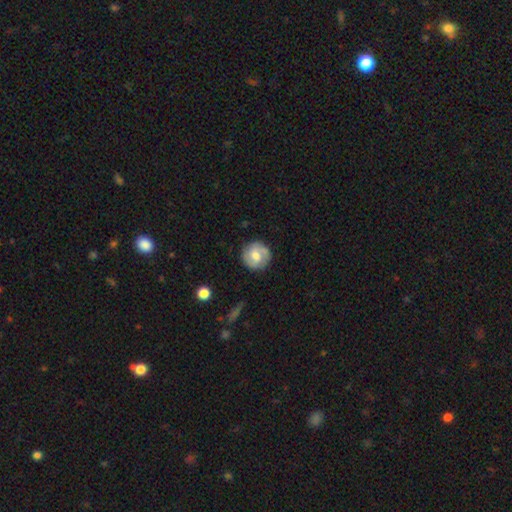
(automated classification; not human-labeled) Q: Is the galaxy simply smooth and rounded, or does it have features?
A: featured or disk — 51%.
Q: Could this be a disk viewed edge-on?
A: no — 97%.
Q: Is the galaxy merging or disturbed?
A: none — 82%.